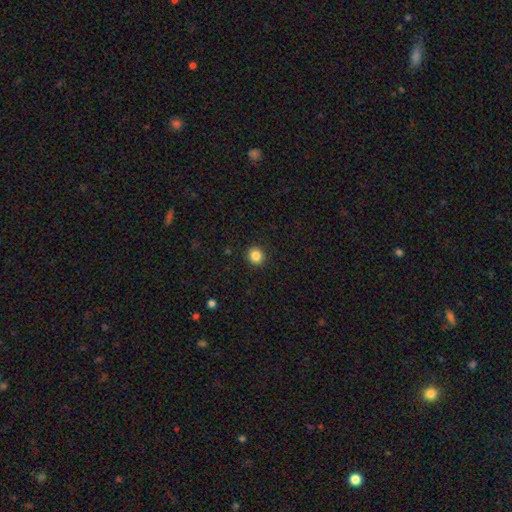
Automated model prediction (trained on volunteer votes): This appears to be a smooth galaxy with no disk features (85%) that is round (90%). Merging: none (93%).